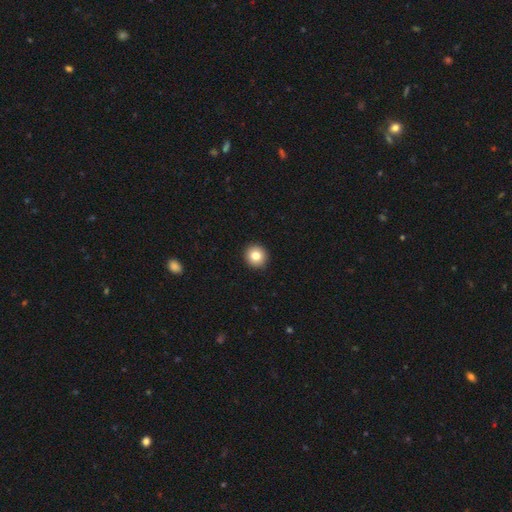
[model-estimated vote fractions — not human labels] smooth_or_featured: smooth (p=0.82) [alt: star or artifact p=0.10]
how_rounded: round (p=0.93) [alt: in between p=0.06]
merging: none (p=0.93) [alt: minor disturbance p=0.04]